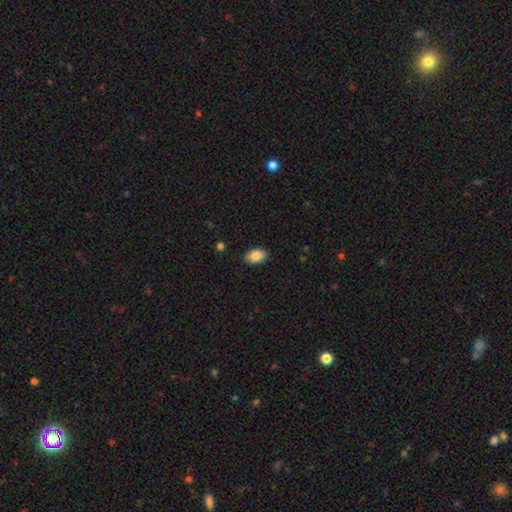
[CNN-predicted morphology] This is clearly a smooth galaxy (86%). How rounded: clearly in between (90%). Merging: clearly none (88%).